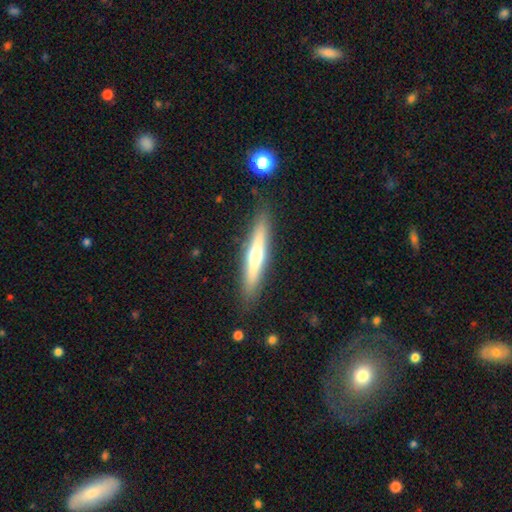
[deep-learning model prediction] A featured or disk galaxy (51%) viewed edge-on (92%).

Vote fractions:
- Smooth or featured? featured or disk: 51% / smooth: 43% / star or artifact: 6%
- Edge-on disk? yes: 92% / no: 8%
- Merging? none: 87% / minor disturbance: 9% / major disturbance: 2% / merger: 2%